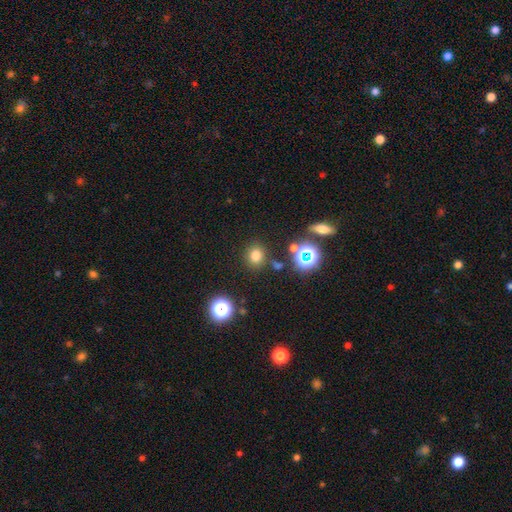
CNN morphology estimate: Overall: smooth (74%). How rounded: round (80%). Merging: none (83%).